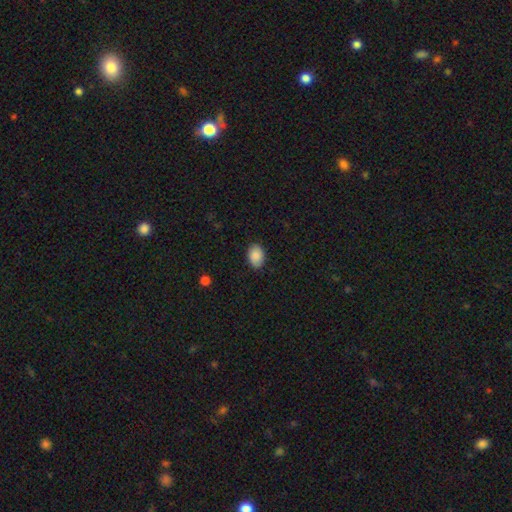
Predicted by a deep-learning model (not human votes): Smooth or featured: smooth — 88% (star or artifact — 7%)
How rounded: in between — 85% (round — 14%)
Merging: none — 87% (minor disturbance — 9%)